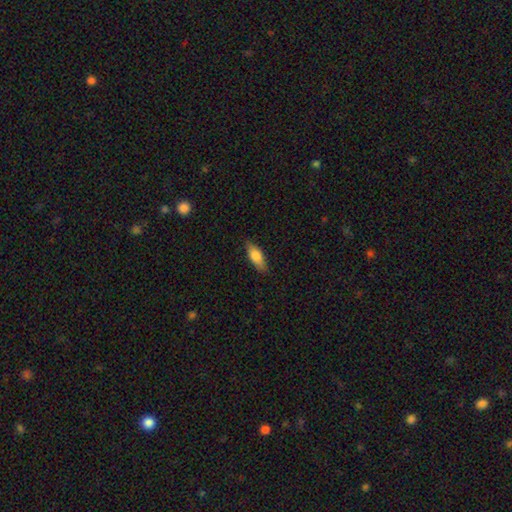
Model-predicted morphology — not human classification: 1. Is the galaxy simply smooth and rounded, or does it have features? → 78% smooth, 16% featured or disk, 6% star or artifact.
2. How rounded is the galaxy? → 73% in between, 25% cigar-shaped, 2% round.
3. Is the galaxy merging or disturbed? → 84% none, 12% minor disturbance, 2% major disturbance, 1% merger.